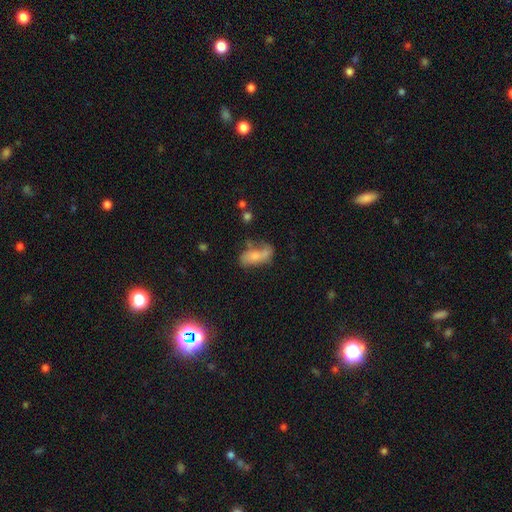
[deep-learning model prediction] A smooth galaxy with no disk features (55%) that is in between round and cigar-shaped (83%).

Vote fractions:
- Smooth or featured? smooth: 55% / featured or disk: 34% / star or artifact: 10%
- How rounded? in between: 83% / cigar-shaped: 12% / round: 5%
- Merging? none: 36% / minor disturbance: 26% / major disturbance: 22% / merger: 16%